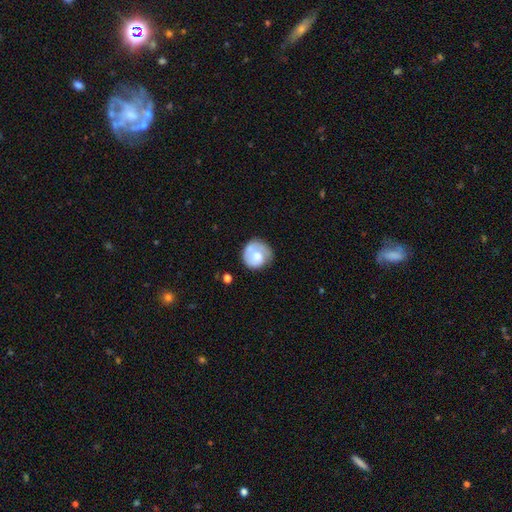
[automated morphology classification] smooth_or_featured: smooth (p=0.55) [alt: featured or disk p=0.39]
how_rounded: round (p=0.85) [alt: in between p=0.14]
merging: none (p=0.59) [alt: minor disturbance p=0.25]